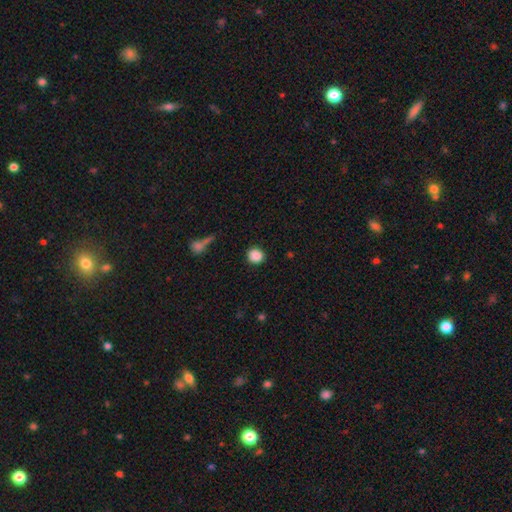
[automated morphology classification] Overall: smooth (88%). How rounded: round (85%). Merging: none (88%).